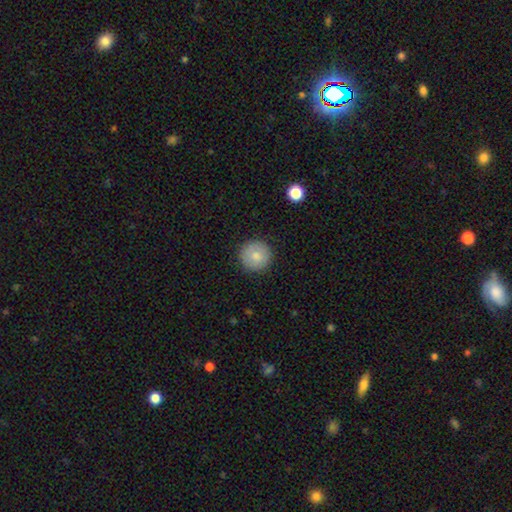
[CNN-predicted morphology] The model was most divided on "smooth or featured": smooth: 83%, featured or disk: 10%, star or artifact: 8%. More confident: how rounded — round (95%); merging — none (90%).